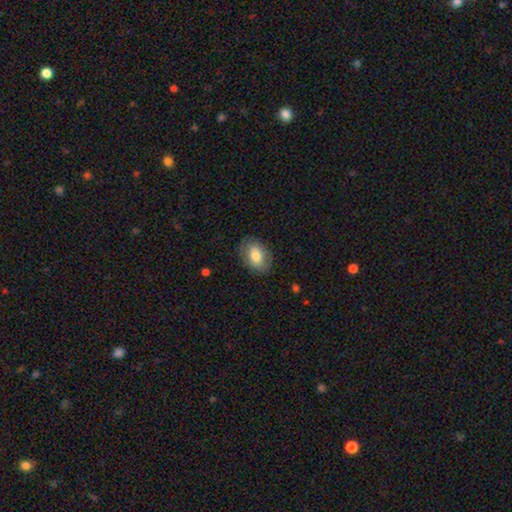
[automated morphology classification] smooth 74%, featured or disk 19%, star or artifact 7%. Down the decision tree: how rounded — in between (84%); merging — none (82%).